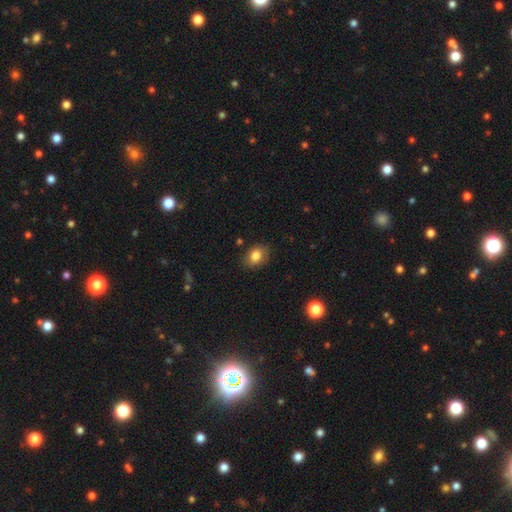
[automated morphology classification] smooth 82%, featured or disk 9%, star or artifact 9%. Down the decision tree: how rounded — in between (66%); merging — none (79%).